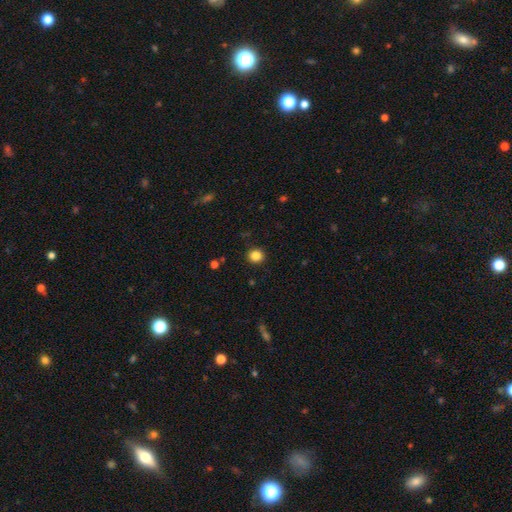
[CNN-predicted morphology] smooth_or_featured: smooth (p=0.85) [alt: star or artifact p=0.11]
how_rounded: round (p=0.88) [alt: in between p=0.11]
merging: none (p=0.91) [alt: minor disturbance p=0.05]